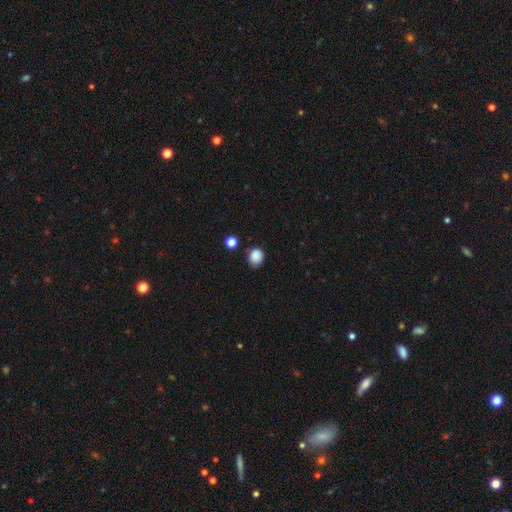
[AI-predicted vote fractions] This is clearly a smooth galaxy (86%). How rounded: likely round (69%). Merging: likely none (72%).